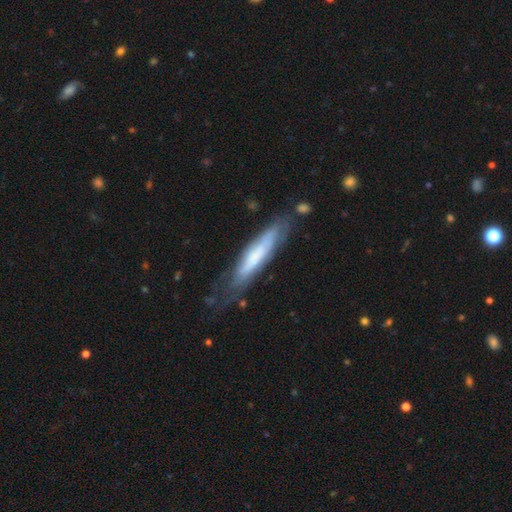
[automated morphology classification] The model was most divided on "smooth or featured": smooth: 49%, featured or disk: 45%, star or artifact: 6%. More confident: merging — none (61%).